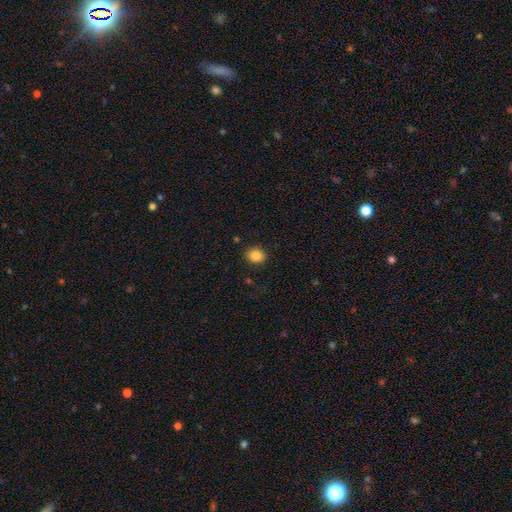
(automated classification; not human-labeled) A smooth galaxy with no disk features (86%) that is round (58%).

Vote fractions:
- Smooth or featured? smooth: 86% / star or artifact: 10% / featured or disk: 4%
- How rounded? round: 58% / in between: 41% / cigar-shaped: 1%
- Merging? none: 88% / minor disturbance: 8% / major disturbance: 2% / merger: 1%